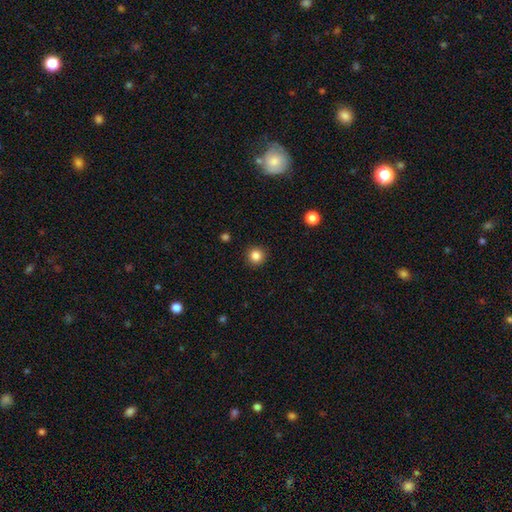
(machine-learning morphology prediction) This is clearly a smooth galaxy (84%). How rounded: clearly round (94%). Merging: clearly none (92%).